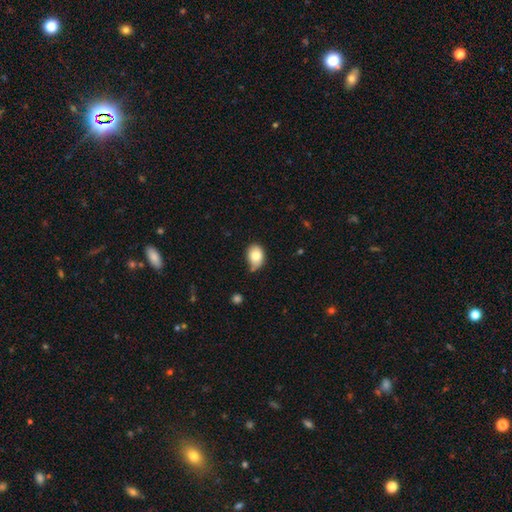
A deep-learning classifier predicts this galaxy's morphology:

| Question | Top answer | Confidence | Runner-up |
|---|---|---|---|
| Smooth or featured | smooth | 80% | featured or disk (11%) |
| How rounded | in between | 72% | round (27%) |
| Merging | none | 55% | minor disturbance (33%) |